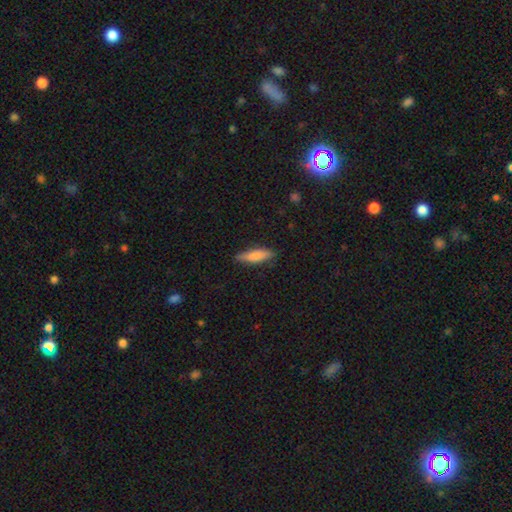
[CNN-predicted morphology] Q: Smooth or featured?
A: smooth (81%); runner-up: featured or disk (13%)
Q: How rounded?
A: cigar-shaped (62%); runner-up: in between (36%)
Q: Merging?
A: none (83%); runner-up: minor disturbance (14%)